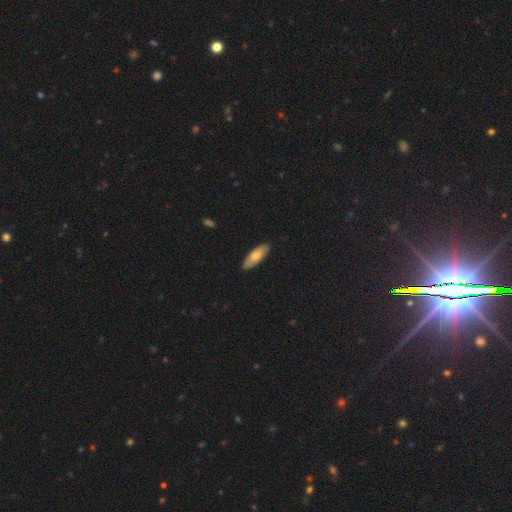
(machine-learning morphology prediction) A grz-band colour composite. It shows a smooth galaxy with no disk features (73%) that is in between round and cigar-shaped (62%). Merging: none (89%).